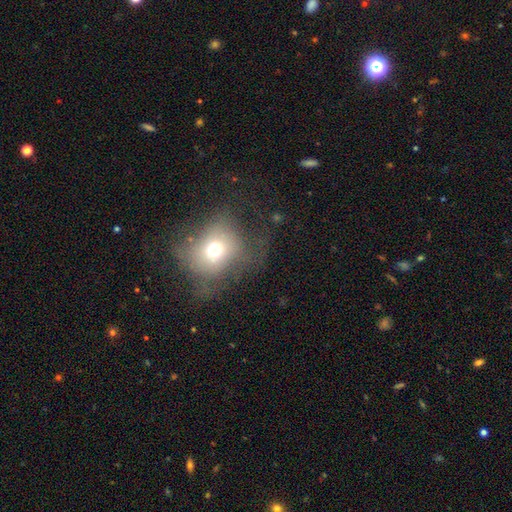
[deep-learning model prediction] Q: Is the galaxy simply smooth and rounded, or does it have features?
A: smooth — 54%.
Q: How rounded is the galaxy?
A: round — 75%.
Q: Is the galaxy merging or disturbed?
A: none — 47%.